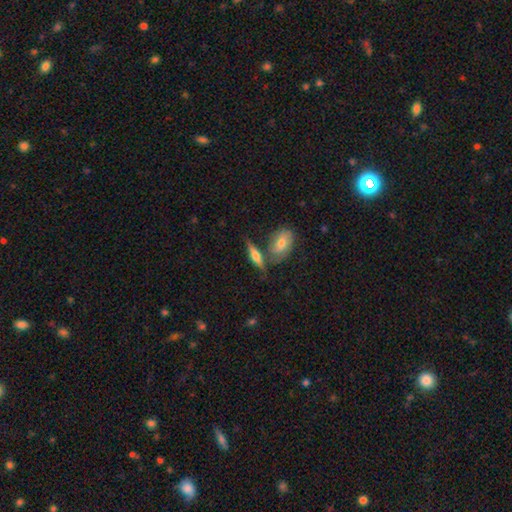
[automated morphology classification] This is possibly a smooth galaxy (48%). Merging: possibly none (57%).